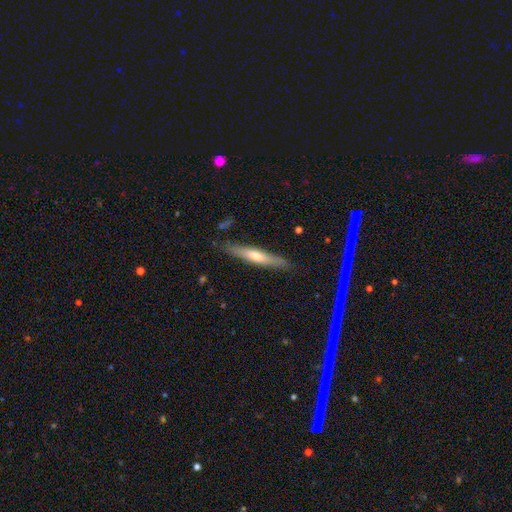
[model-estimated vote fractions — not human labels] Overall: featured or disk (52%; smooth 41%). Edge-on disk: yes (93%). Merging: none (86%).